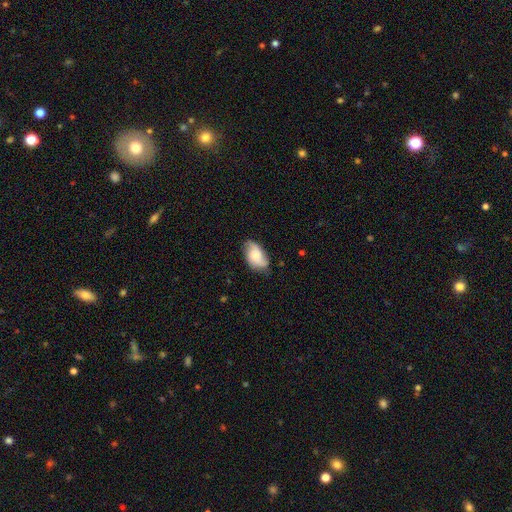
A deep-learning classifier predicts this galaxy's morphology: The model was most divided on "smooth or featured": smooth: 51%, featured or disk: 42%, star or artifact: 8%. More confident: how rounded — in between (91%); merging — none (67%).